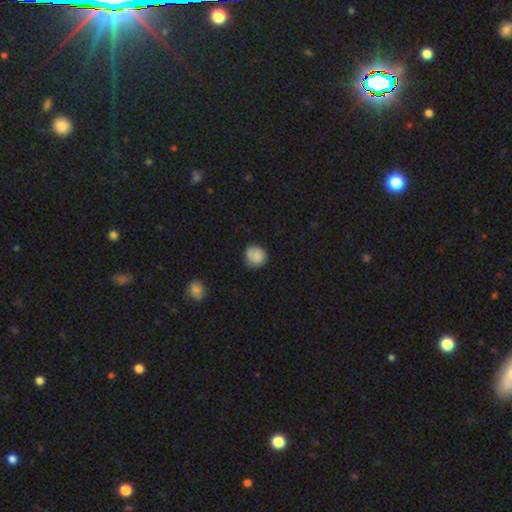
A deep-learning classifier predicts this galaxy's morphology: Smooth or featured: smooth — 80% (featured or disk — 12%)
How rounded: round — 87% (in between — 12%)
Merging: none — 76% (minor disturbance — 18%)